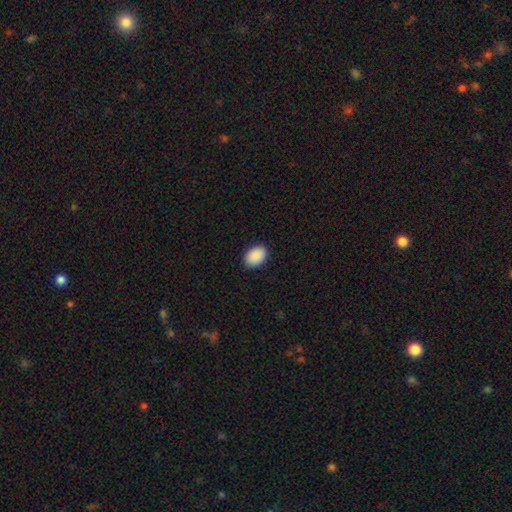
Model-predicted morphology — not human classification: Smooth or featured?
  - smooth: 91% *
  - star or artifact: 7%
  - featured or disk: 2%
How rounded?
  - in between: 84% *
  - round: 15%
  - cigar-shaped: 1%
Merging?
  - none: 90% *
  - minor disturbance: 8%
  - major disturbance: 2%
  - merger: 1%